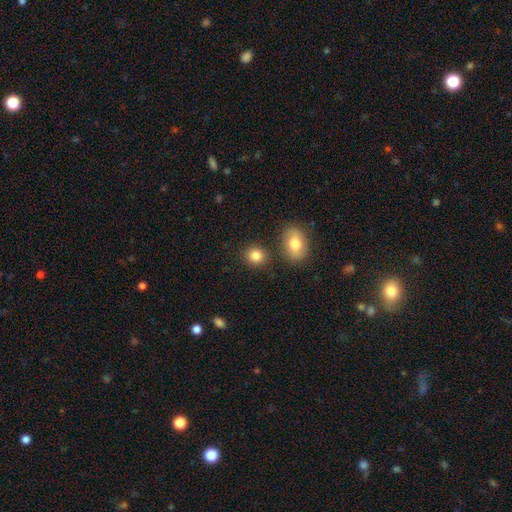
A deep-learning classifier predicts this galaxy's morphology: Smooth or featured: smooth — 84% (star or artifact — 9%)
How rounded: round — 76% (in between — 22%)
Merging: none — 82% (minor disturbance — 8%)